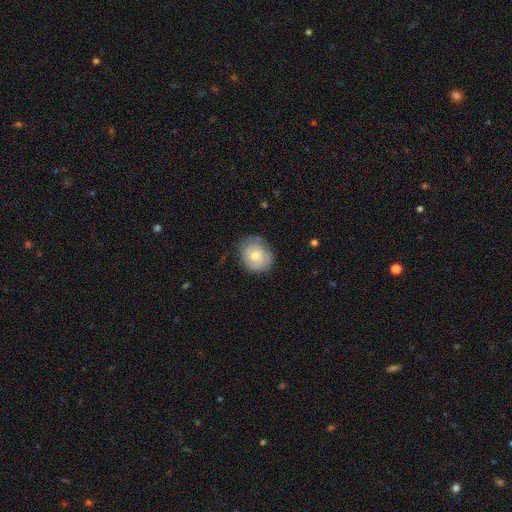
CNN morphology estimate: smooth 55%, featured or disk 38%, star or artifact 7%. Down the decision tree: how rounded — round (70%); merging — none (71%).